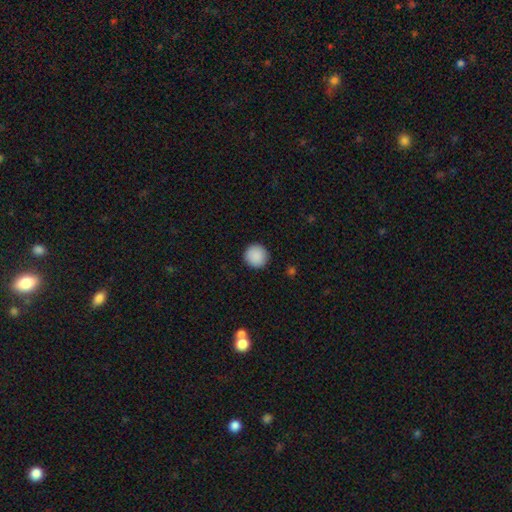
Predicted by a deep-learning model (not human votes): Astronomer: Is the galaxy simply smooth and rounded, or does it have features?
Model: smooth — 90%.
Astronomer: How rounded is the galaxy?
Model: round — 96%.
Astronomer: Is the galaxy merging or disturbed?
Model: none — 93%.